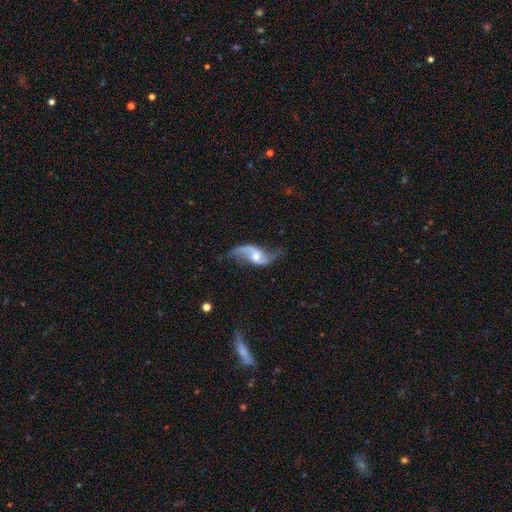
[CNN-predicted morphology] The model was most divided on "bar": weak: 47%, no: 37%, strong: 16%. Remaining: edge-on disk — no (96%); spiral arms — yes (96%); spiral arm count — 2 (93%); smooth or featured — featured or disk (88%); spiral winding — loose (84%); merging — none (71%); bulge size — moderate (49%).